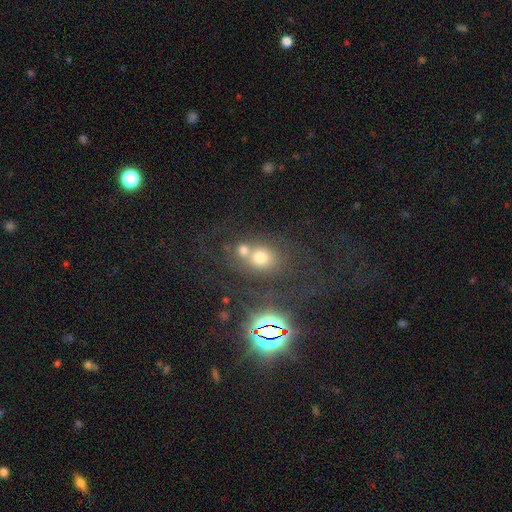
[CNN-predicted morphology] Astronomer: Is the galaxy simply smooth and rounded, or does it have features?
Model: smooth — 47% (runner-up: star or artifact, 35%).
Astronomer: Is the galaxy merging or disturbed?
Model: none — 46% (runner-up: merger, 35%).